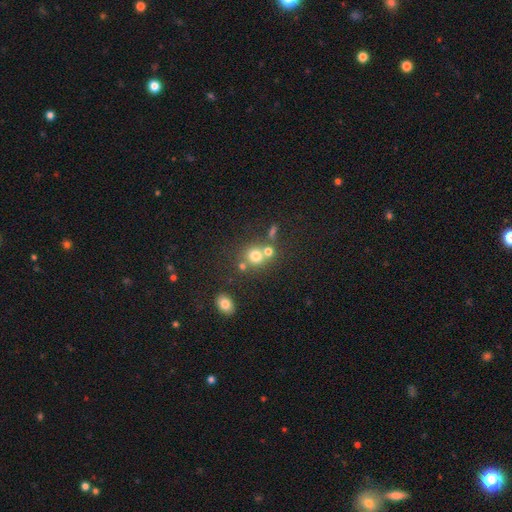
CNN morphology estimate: A smooth galaxy with no disk features (72%) that is round (85%). Merging: none (55%).